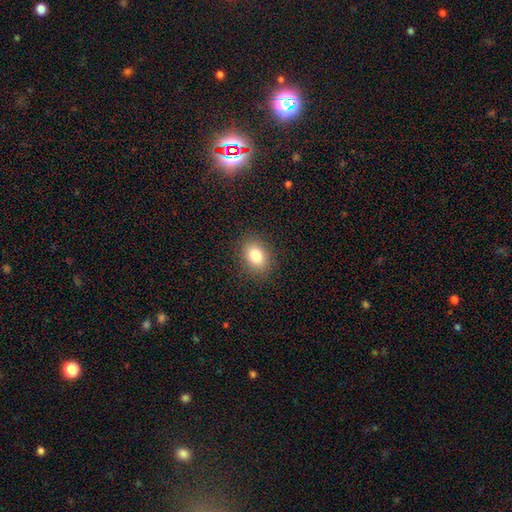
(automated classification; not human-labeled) Smooth or featured: smooth — 82% (star or artifact — 10%)
How rounded: in between — 71% (round — 27%)
Merging: none — 87% (minor disturbance — 9%)